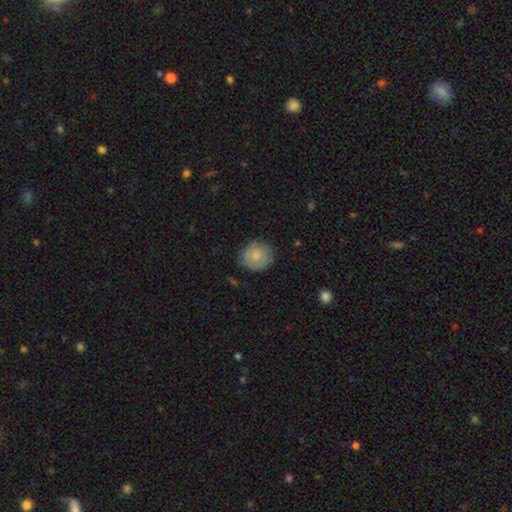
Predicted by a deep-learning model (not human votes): A smooth galaxy with no disk features (73%) that is round (83%).

Vote fractions:
- Smooth or featured? smooth: 73% / featured or disk: 20% / star or artifact: 7%
- How rounded? round: 83% / in between: 16% / cigar-shaped: 1%
- Merging? none: 73% / minor disturbance: 20% / major disturbance: 5% / merger: 1%